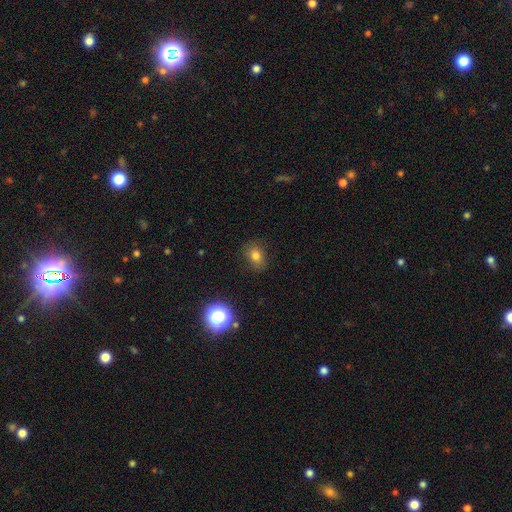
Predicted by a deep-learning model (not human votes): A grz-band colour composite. It shows a smooth galaxy with no disk features (76%) that is in between round and cigar-shaped (55%). Merging: none (82%).